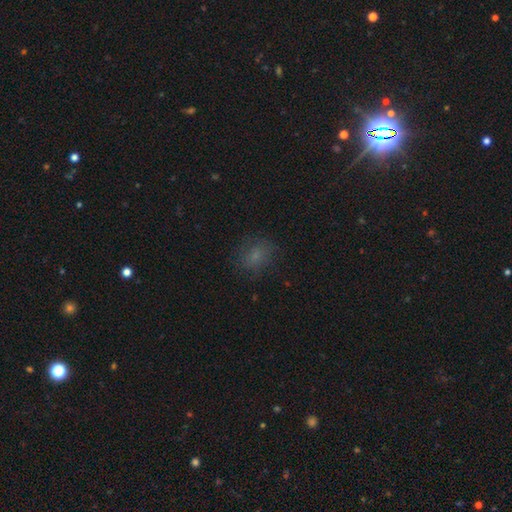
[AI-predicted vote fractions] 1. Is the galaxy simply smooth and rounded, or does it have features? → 68% smooth, 18% star or artifact, 14% featured or disk.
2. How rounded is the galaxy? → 54% round, 44% in between, 1% cigar-shaped.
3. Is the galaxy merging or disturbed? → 74% none, 16% minor disturbance, 8% major disturbance, 1% merger.